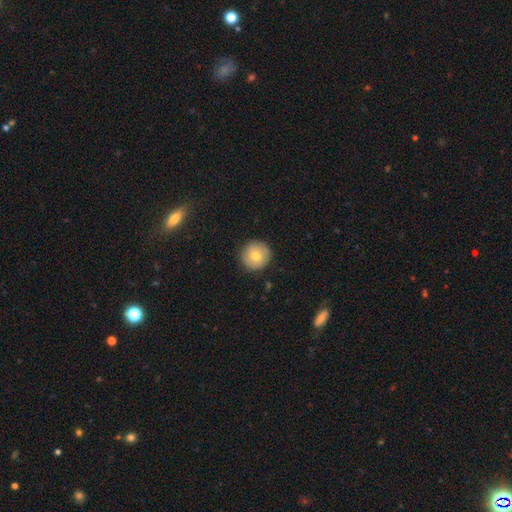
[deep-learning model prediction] Smooth or featured? Predicted: smooth (p=0.67). How rounded? Predicted: round (p=0.95). Merging? Predicted: none (p=0.87).